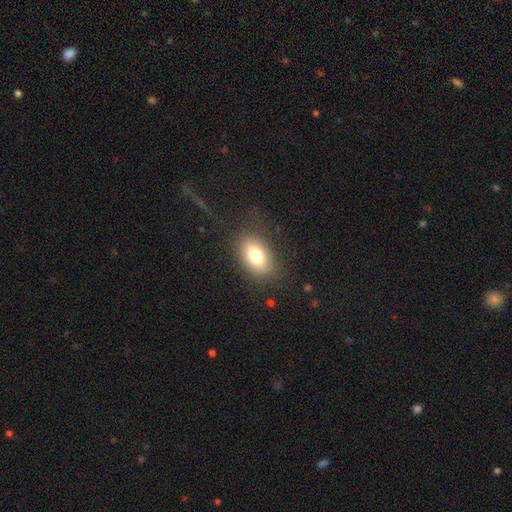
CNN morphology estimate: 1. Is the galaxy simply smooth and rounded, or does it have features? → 77% smooth, 14% featured or disk, 9% star or artifact.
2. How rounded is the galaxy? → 87% in between, 11% round, 2% cigar-shaped.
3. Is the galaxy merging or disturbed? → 79% none, 13% minor disturbance, 7% major disturbance, 1% merger.